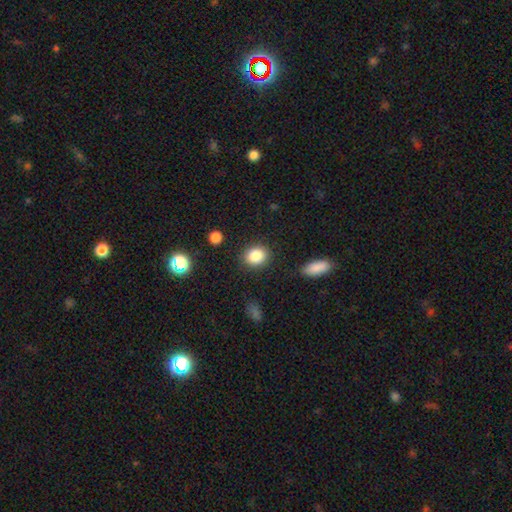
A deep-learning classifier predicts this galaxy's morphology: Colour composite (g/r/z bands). It shows a smooth galaxy with no disk features (86%) that is round (59%). Merging: none (87%).